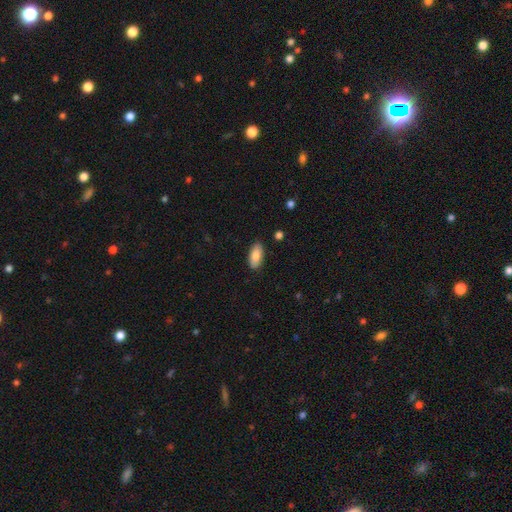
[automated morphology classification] smooth-or-featured: smooth: 85% | featured or disk: 9% | star or artifact: 6%
  how-rounded: in between: 92% | cigar-shaped: 6% | round: 2%
  merging: none: 87% | minor disturbance: 10% | major disturbance: 2% | merger: 1%